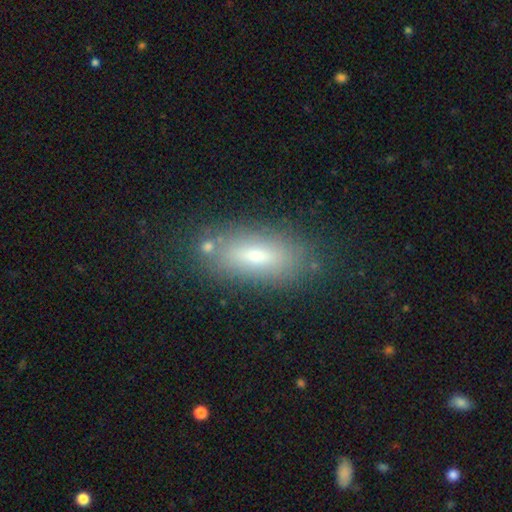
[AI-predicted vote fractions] Overall: smooth (61%; featured or disk 28%). How rounded: in between (72%). Merging: none (77%).